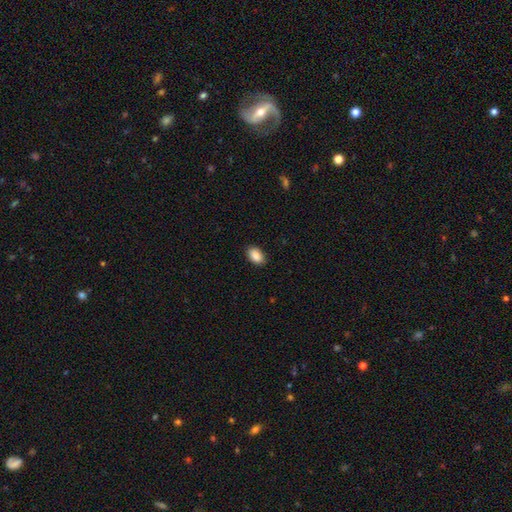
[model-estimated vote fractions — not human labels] Morphology: type=smooth (89%); roundness=in between (90%); merging=none (89%).